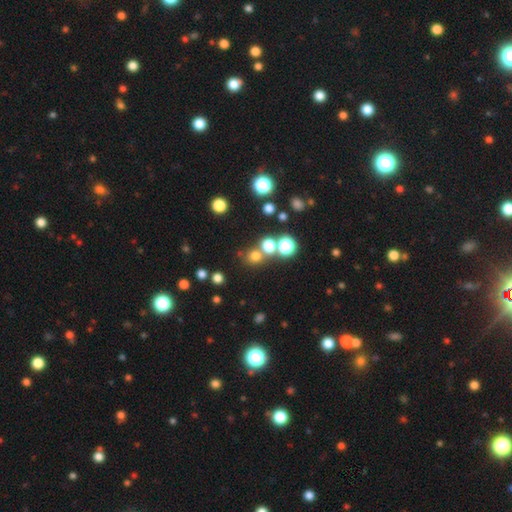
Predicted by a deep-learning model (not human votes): The model was most divided on "smooth or featured": smooth: 68%, star or artifact: 24%, featured or disk: 7%. More confident: how rounded — round (90%); merging — none (68%).